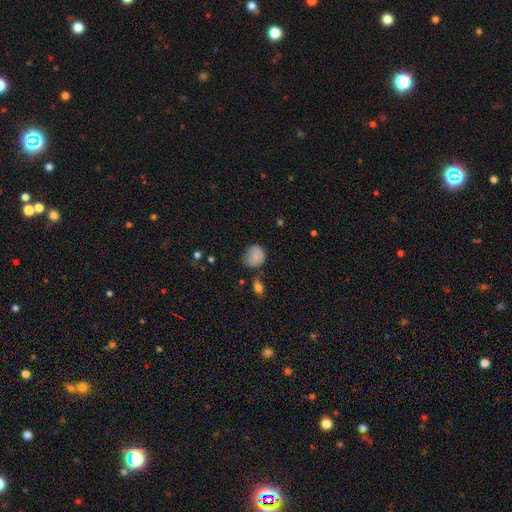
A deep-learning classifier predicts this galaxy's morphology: Q: Smooth or featured?
A: smooth (82%); runner-up: star or artifact (10%)
Q: How rounded?
A: round (69%); runner-up: in between (30%)
Q: Merging?
A: none (55%); runner-up: minor disturbance (31%)